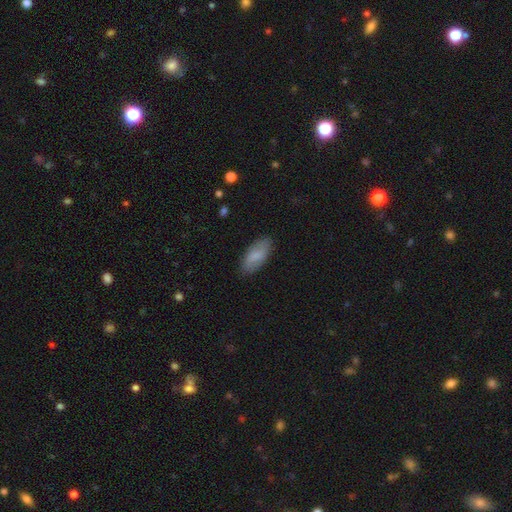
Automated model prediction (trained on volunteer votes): smooth-or-featured: smooth: 77% | featured or disk: 17% | star or artifact: 6%
  how-rounded: in between: 89% | cigar-shaped: 9% | round: 2%
  merging: none: 86% | minor disturbance: 11% | major disturbance: 2% | merger: 1%